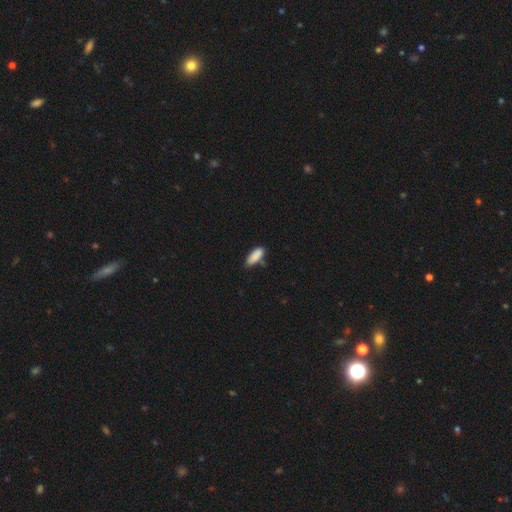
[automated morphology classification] The model was most divided on "how rounded": in between: 67%, cigar-shaped: 32%, round: 2%. More confident: smooth or featured — smooth (87%); merging — none (63%).